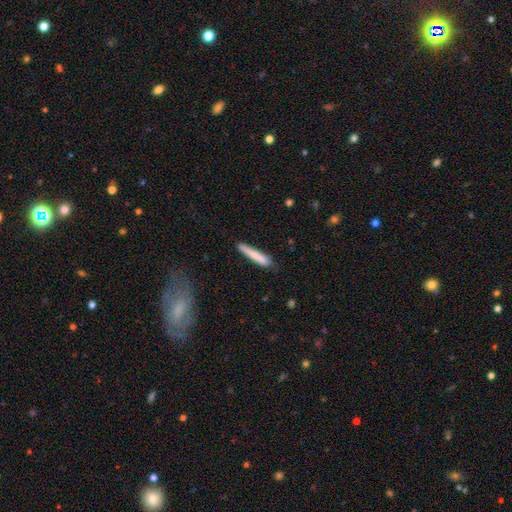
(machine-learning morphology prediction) A smooth galaxy with no disk features (79%) that is cigar-shaped (94%). Merging: none (81%).